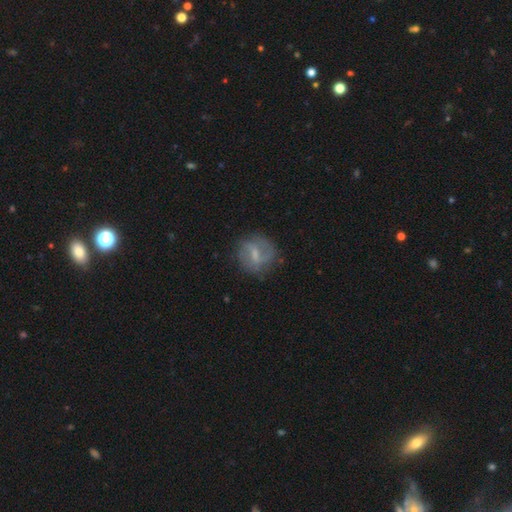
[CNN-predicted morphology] A featured or disk galaxy (59%) with a weak bar (54%), spiral arms (72%) and a small central bulge (43%).

Vote fractions:
- Smooth or featured? featured or disk: 59% / smooth: 33% / star or artifact: 8%
- Edge-on disk? no: 96% / yes: 4%
- Bar? weak: 54% / strong: 28% / no: 18%
- Spiral arms? yes: 72% / no: 28%
- Bulge size? small: 43% / moderate: 30% / none: 23% / large: 3% / dominant: 1%
- Merging? none: 72% / minor disturbance: 18% / major disturbance: 8% / merger: 2%